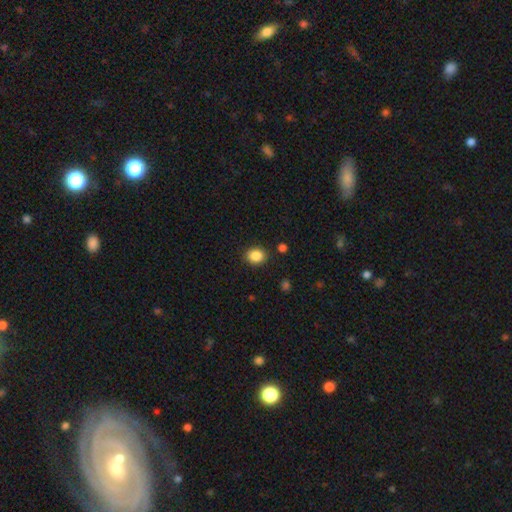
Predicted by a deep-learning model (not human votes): A smooth galaxy with no disk features (86%) that is round (62%). Merging: none (88%).